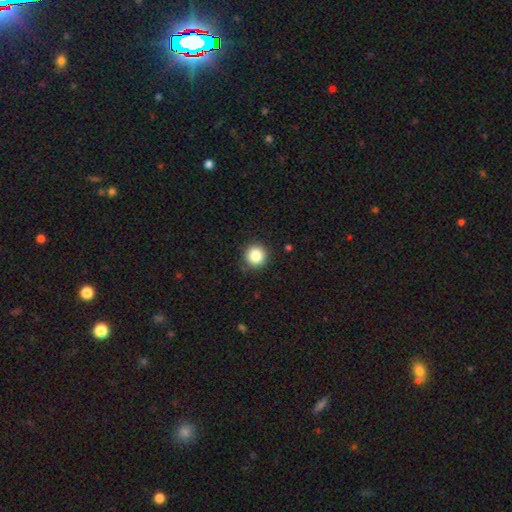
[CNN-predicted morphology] Smooth or featured: smooth — 84% (star or artifact — 10%)
How rounded: round — 95% (in between — 4%)
Merging: none — 90% (minor disturbance — 7%)